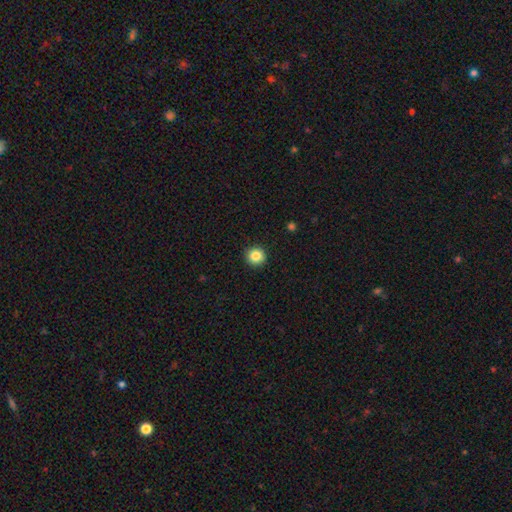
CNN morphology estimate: Smooth or featured? Predicted: smooth (p=0.85). How rounded? Predicted: round (p=0.94). Merging? Predicted: none (p=0.93).